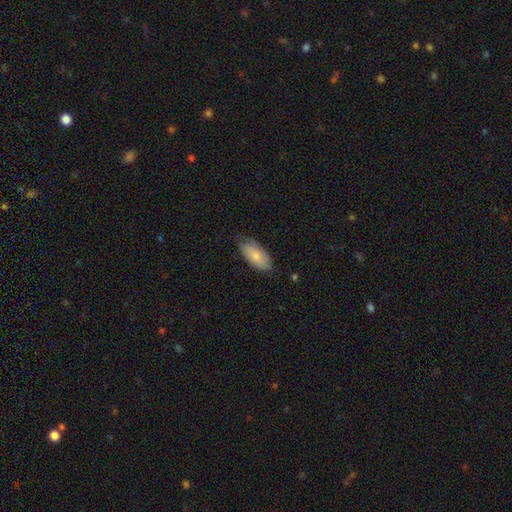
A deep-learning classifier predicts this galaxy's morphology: type=smooth (78%); roundness=in between (92%); merging=none (67%).